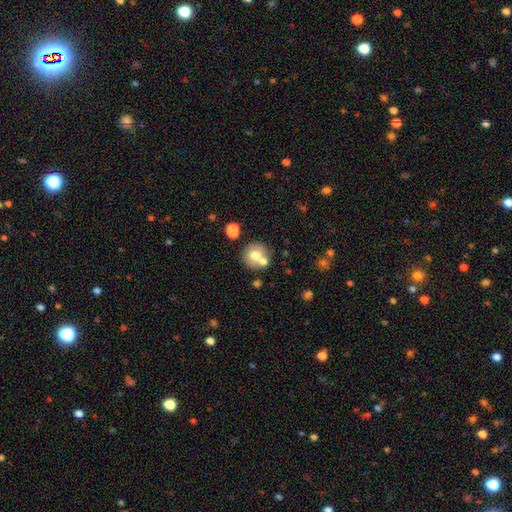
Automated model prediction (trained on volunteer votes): Smooth or featured? Predicted: smooth (p=0.70). How rounded? Predicted: round (p=0.88). Merging? Predicted: none (p=0.63).